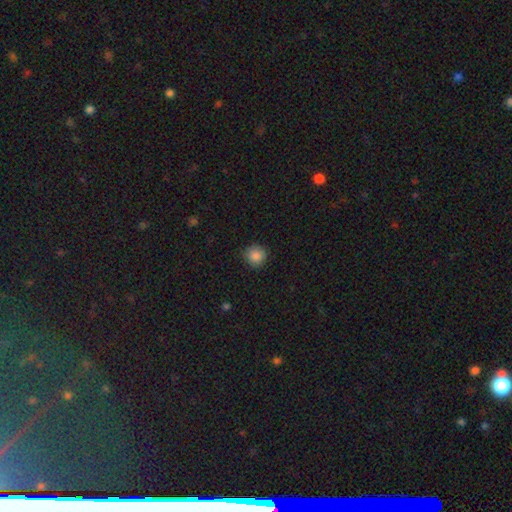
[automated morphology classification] Smooth or featured: smooth — 87% (star or artifact — 10%)
How rounded: round — 93% (in between — 6%)
Merging: none — 89% (minor disturbance — 8%)